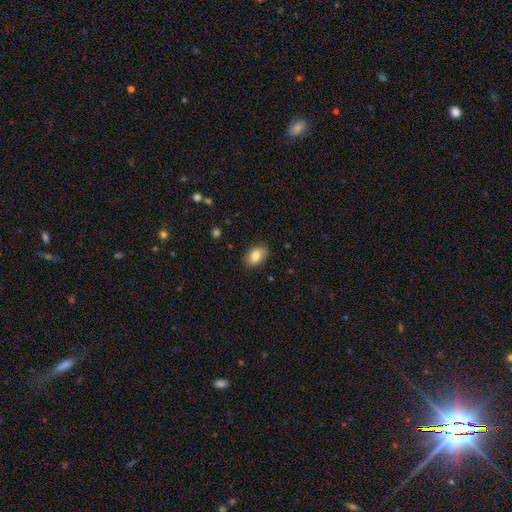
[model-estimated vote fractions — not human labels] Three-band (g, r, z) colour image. It shows a smooth galaxy with no disk features (81%) that is in between round and cigar-shaped (87%). Merging: none (86%).